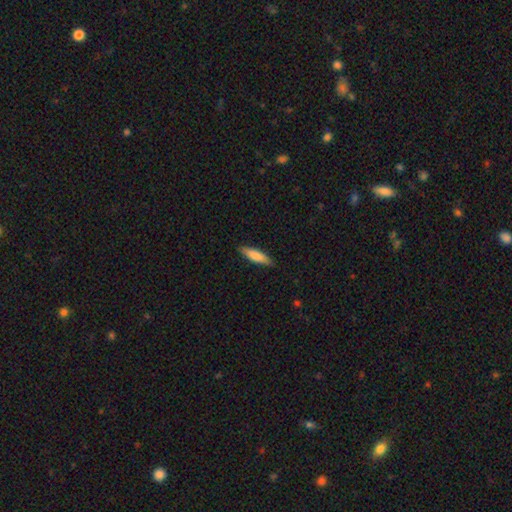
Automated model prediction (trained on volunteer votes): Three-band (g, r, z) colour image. It shows a smooth galaxy with no disk features (79%) that is cigar-shaped (66%). Merging: none (87%).